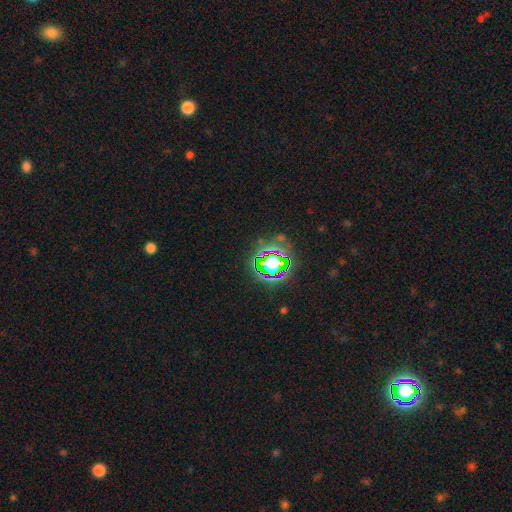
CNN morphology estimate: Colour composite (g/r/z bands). It shows a star or artifact, not a galaxy (82%).